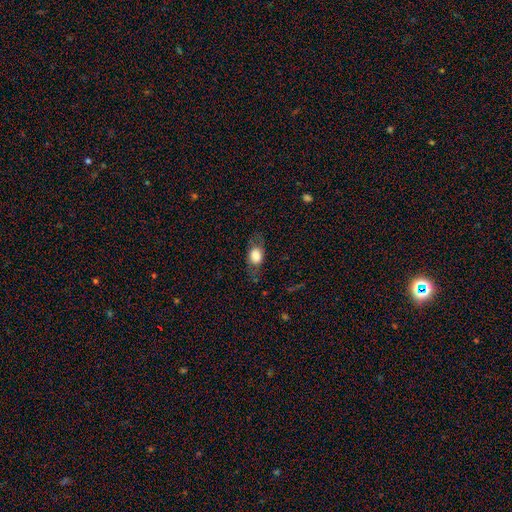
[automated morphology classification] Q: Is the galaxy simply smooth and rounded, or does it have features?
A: smooth — 66%.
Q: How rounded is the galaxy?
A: in between — 74%.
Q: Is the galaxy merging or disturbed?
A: none — 70%.